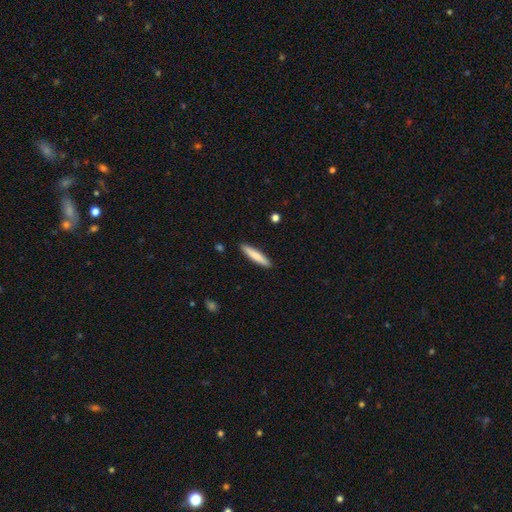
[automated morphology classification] Smooth or featured?
  - smooth: 79% *
  - featured or disk: 16%
  - star or artifact: 5%
How rounded?
  - cigar-shaped: 89% *
  - in between: 10%
  - round: 1%
Merging?
  - none: 91% *
  - minor disturbance: 6%
  - major disturbance: 1%
  - merger: 1%